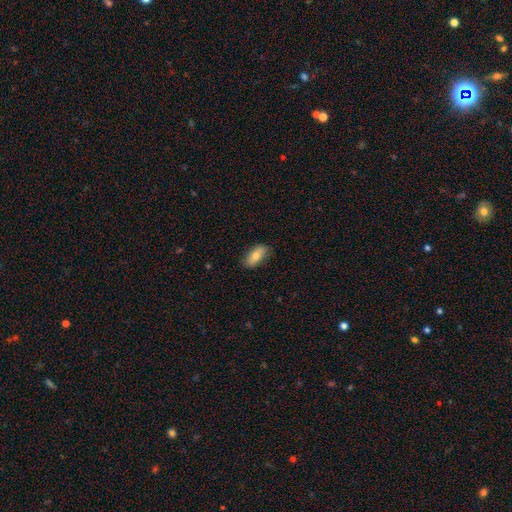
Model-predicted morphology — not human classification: Overall: smooth (74%). How rounded: in between (86%). Merging: none (84%).